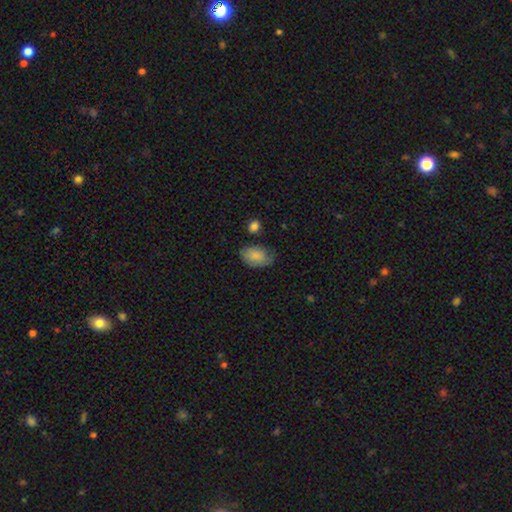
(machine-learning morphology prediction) Smooth or featured? smooth (83%)
How rounded? in between (87%)
Merging? none (60%)